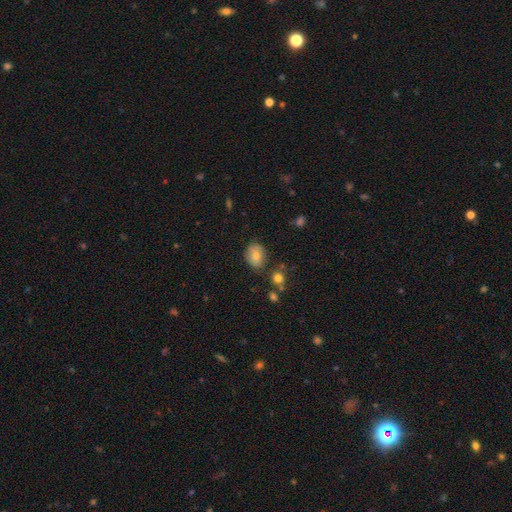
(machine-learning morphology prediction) Overall: smooth (78%). How rounded: in between (54%; round 45%). Merging: none (75%).